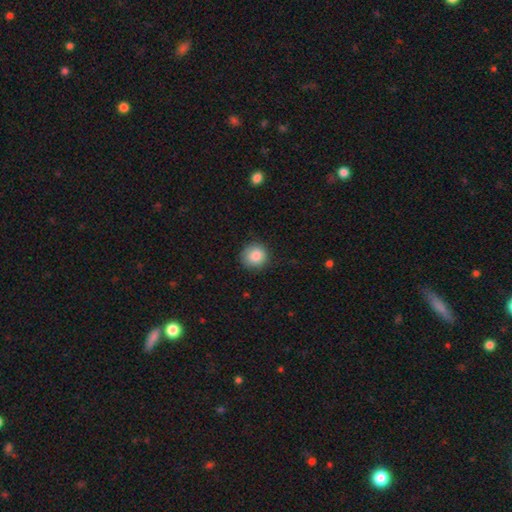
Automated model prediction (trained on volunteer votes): A smooth galaxy with no disk features (86%) that is round (89%). Merging: none (84%).